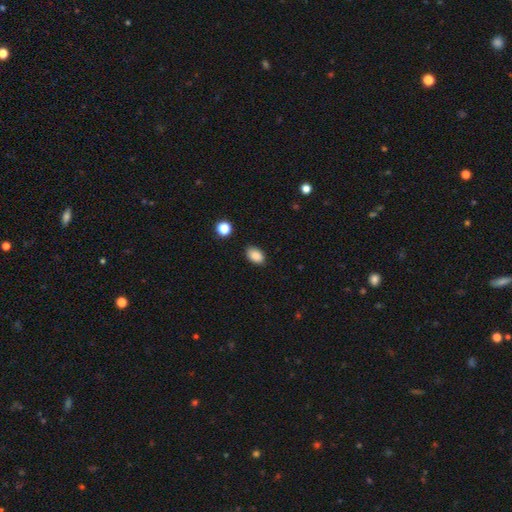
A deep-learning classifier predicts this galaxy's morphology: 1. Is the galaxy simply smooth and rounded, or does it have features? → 87% smooth, 9% star or artifact, 4% featured or disk.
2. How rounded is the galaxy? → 88% in between, 11% round, 1% cigar-shaped.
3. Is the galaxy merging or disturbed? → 85% none, 11% minor disturbance, 2% major disturbance, 2% merger.